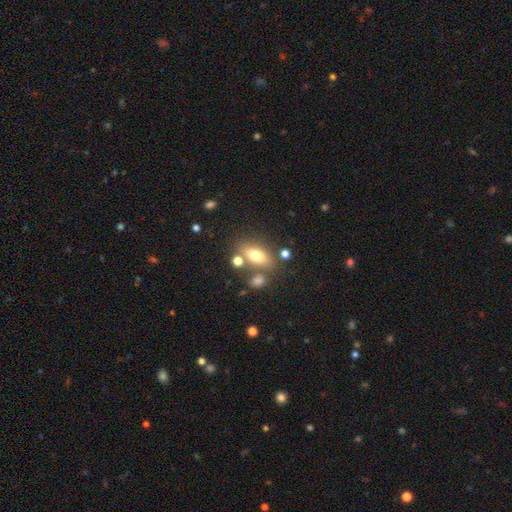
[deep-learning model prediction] smooth 70%, featured or disk 20%, star or artifact 10%. Down the decision tree: how rounded — in between (78%); merging — none (67%).